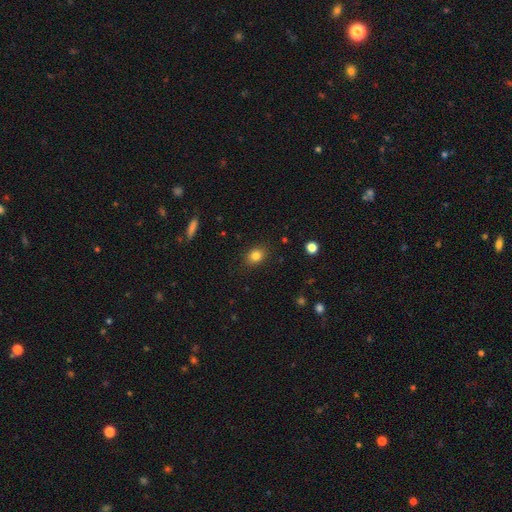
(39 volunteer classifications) This appears to be a smooth galaxy with no disk features (92%) that is in between round and cigar-shaped (72%). Merging: none (85%).